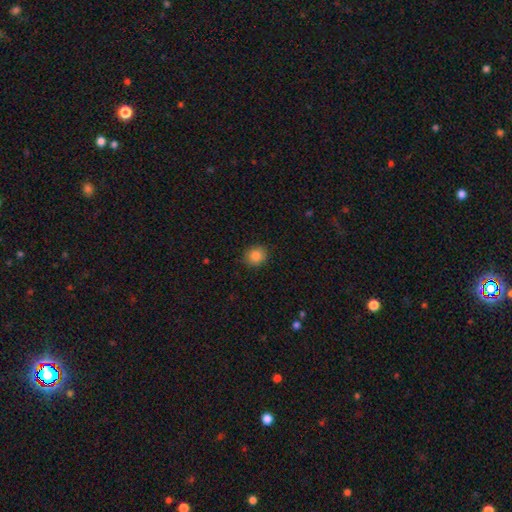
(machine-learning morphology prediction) smooth_or_featured: smooth (p=0.86) [alt: star or artifact p=0.09]
how_rounded: round (p=0.71) [alt: in between p=0.29]
merging: none (p=0.88) [alt: minor disturbance p=0.09]